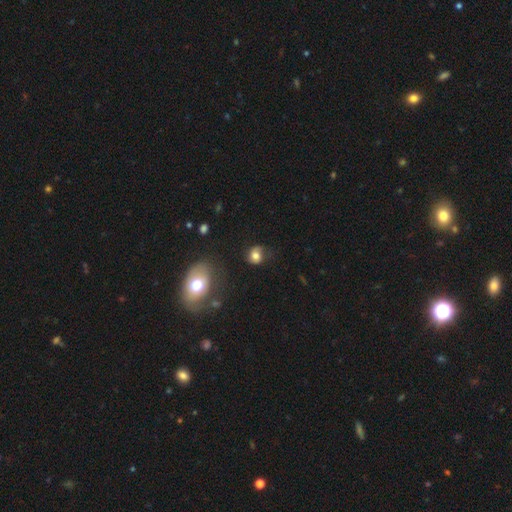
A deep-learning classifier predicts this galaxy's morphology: type=smooth (68%); roundness=round (68%); merging=none (53%).